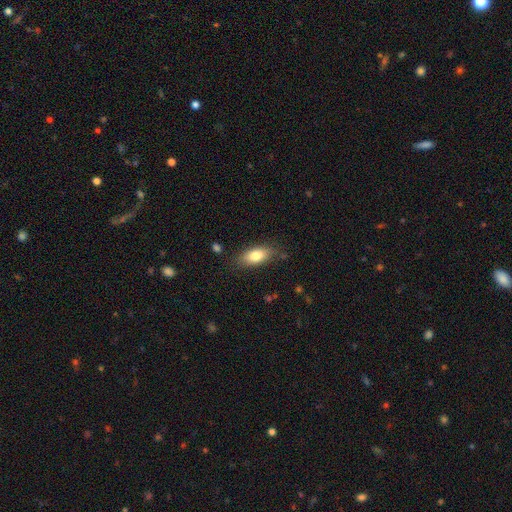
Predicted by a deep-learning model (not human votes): The model was most divided on "merging": none: 81%, minor disturbance: 14%, major disturbance: 3%, merger: 2%. More confident: how rounded — in between (85%); smooth or featured — smooth (80%).